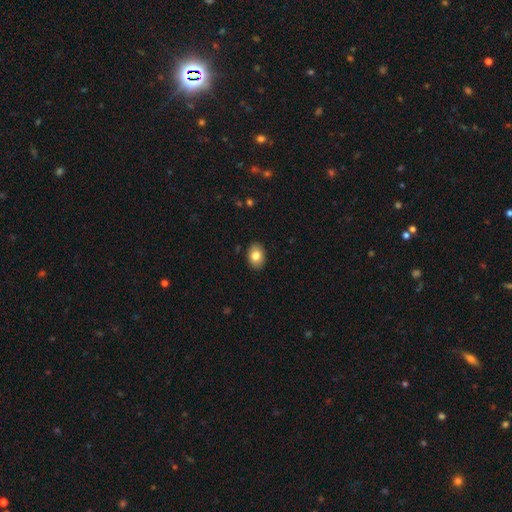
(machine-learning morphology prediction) type=smooth (81%); roundness=in between (77%); merging=none (89%).